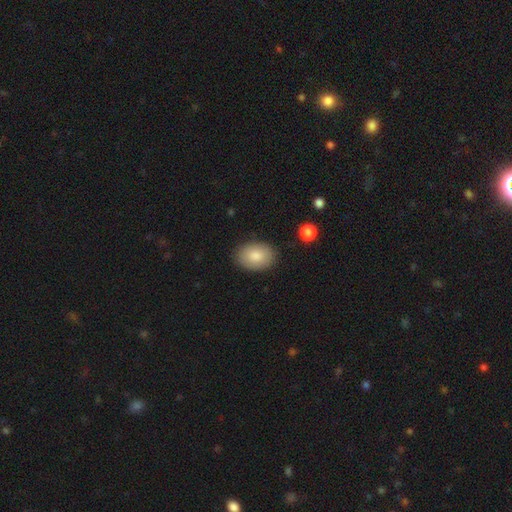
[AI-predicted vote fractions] A smooth galaxy with no disk features (84%) that is in between round and cigar-shaped (81%). Merging: none (86%).